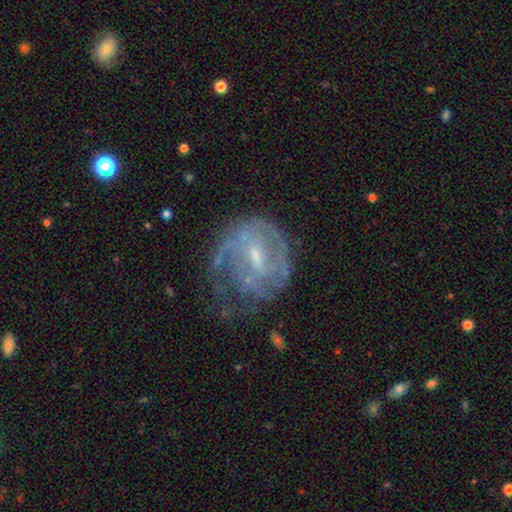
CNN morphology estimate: Smooth or featured? featured or disk (76%)
Edge-on disk? no (97%)
Bar? weak (56%)
Spiral arms? yes (73%)
Spiral winding? tight (45%)
Spiral arm count? can't tell (41%)
Bulge size? small (54%)
Merging? none (42%)